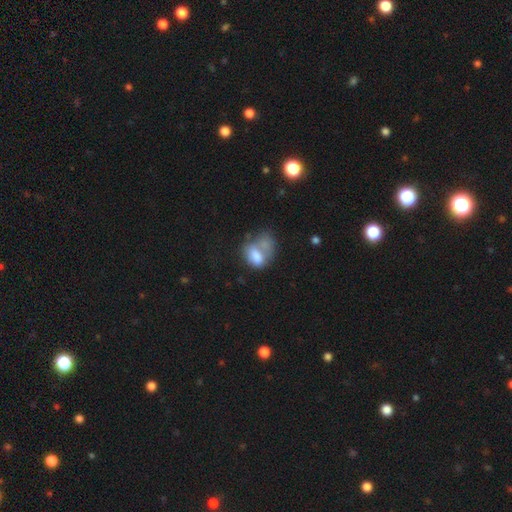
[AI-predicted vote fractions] smooth 68%, featured or disk 22%, star or artifact 9%. Down the decision tree: how rounded — in between (79%); merging — merger (45%).